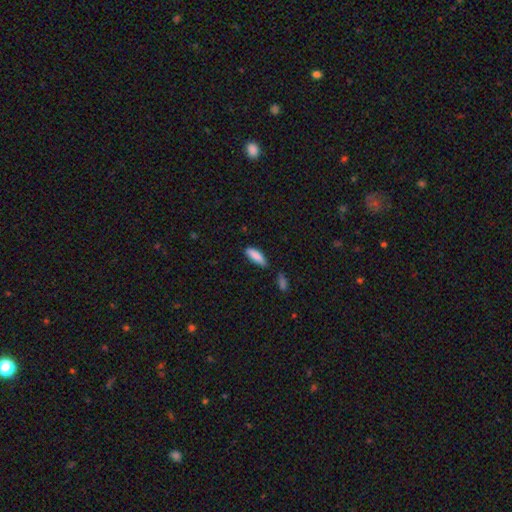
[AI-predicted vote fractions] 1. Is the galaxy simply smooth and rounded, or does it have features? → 86% smooth, 8% featured or disk, 7% star or artifact.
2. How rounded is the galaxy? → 54% in between, 44% cigar-shaped, 2% round.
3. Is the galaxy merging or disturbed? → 65% none, 24% minor disturbance, 7% merger, 4% major disturbance.